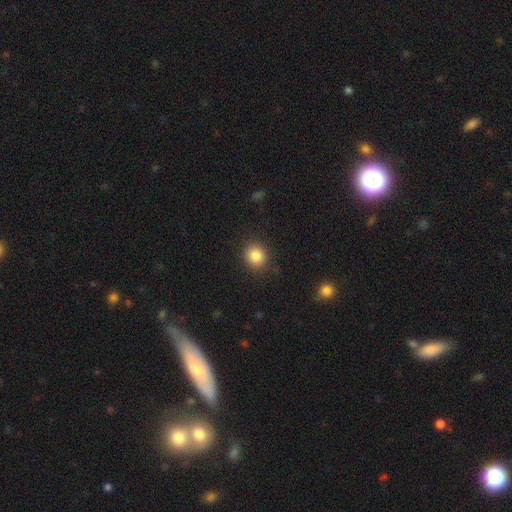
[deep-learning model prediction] Smooth or featured? Predicted: smooth (p=0.86). How rounded? Predicted: round (p=0.81). Merging? Predicted: none (p=0.88).